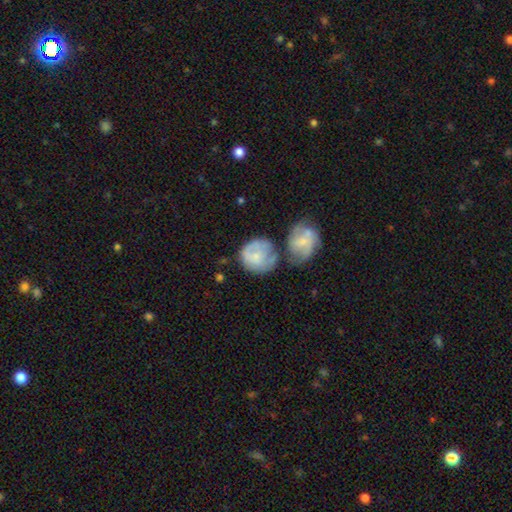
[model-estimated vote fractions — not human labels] Overall: smooth (58%; featured or disk 36%). How rounded: round (81%). Merging: none (33%; merger 32%).